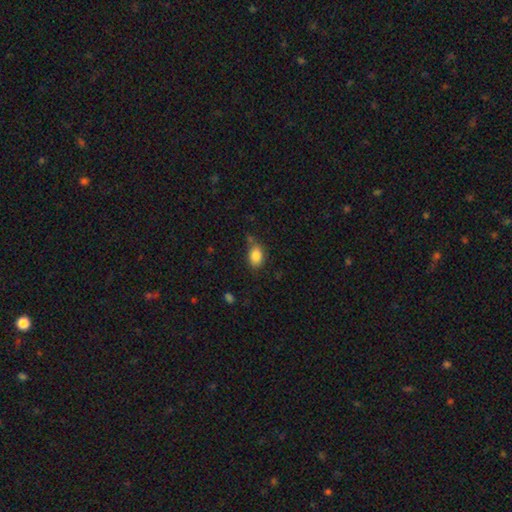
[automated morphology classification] This is clearly a smooth galaxy (85%). How rounded: likely in between (80%). Merging: likely none (67%).